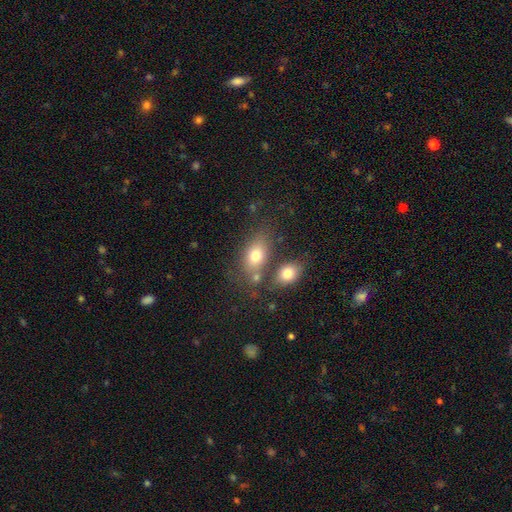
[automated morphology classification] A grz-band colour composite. It shows a smooth galaxy with no disk features (74%) that is in between round and cigar-shaped (81%). Merging: none (57%).